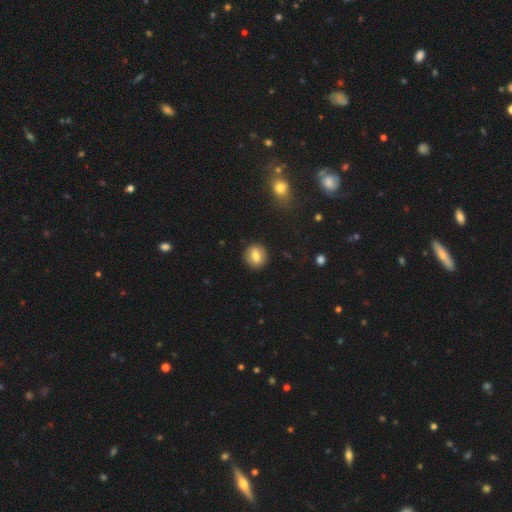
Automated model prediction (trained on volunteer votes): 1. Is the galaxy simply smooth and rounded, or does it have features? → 76% smooth, 14% featured or disk, 9% star or artifact.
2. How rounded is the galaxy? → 78% round, 21% in between, 1% cigar-shaped.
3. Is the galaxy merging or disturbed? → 89% none, 7% minor disturbance, 2% major disturbance, 1% merger.